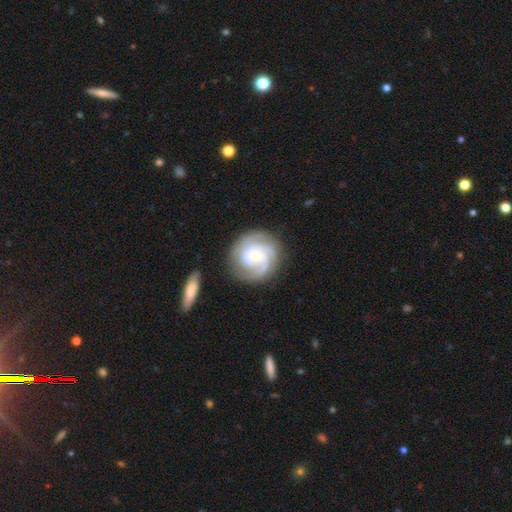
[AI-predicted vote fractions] Morphology: type=featured or disk (86%); edge-on=no (98%); bar=no (72%); spiral arms=yes (96%); winding=tight (68%); arm count=3 (39%); bulge=moderate (52%); merging=none (78%).